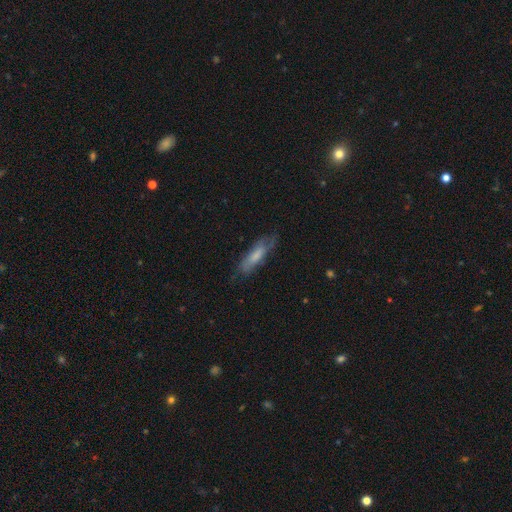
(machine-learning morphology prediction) Smooth or featured? Predicted: smooth (p=0.58). How rounded? Predicted: cigar-shaped (p=0.62). Merging? Predicted: none (p=0.65).